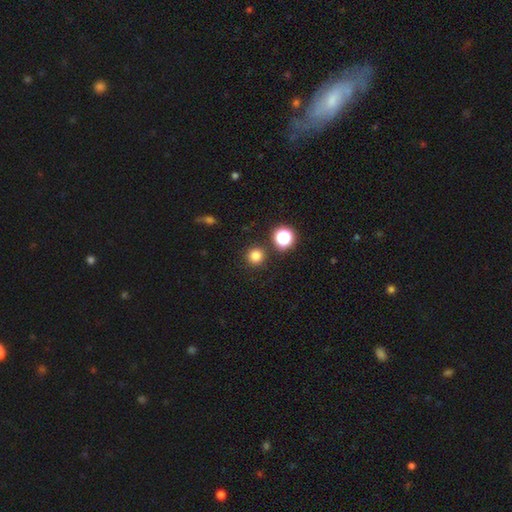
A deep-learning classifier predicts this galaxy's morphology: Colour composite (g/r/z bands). It shows a smooth galaxy with no disk features (80%) that is round (94%). Merging: none (89%).